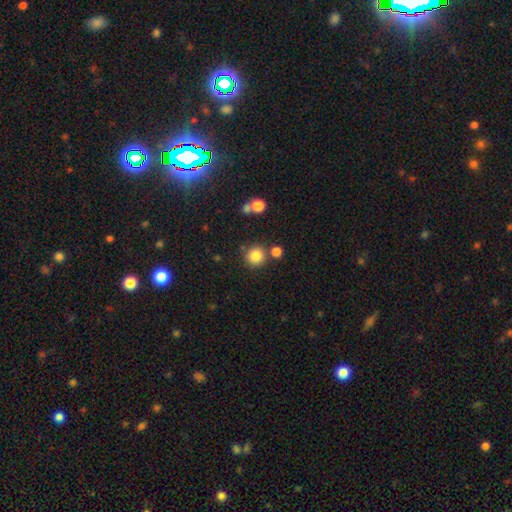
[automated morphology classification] Smooth or featured: smooth — 84% (star or artifact — 11%)
How rounded: round — 92% (in between — 7%)
Merging: none — 79% (merger — 9%)